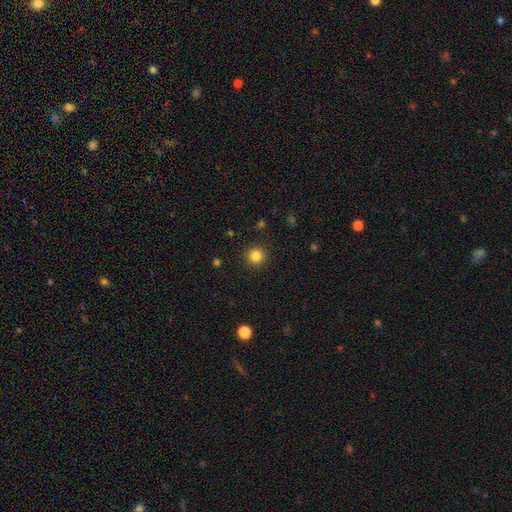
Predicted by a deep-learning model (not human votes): A smooth galaxy with no disk features (84%) that is round (95%). Merging: none (92%).